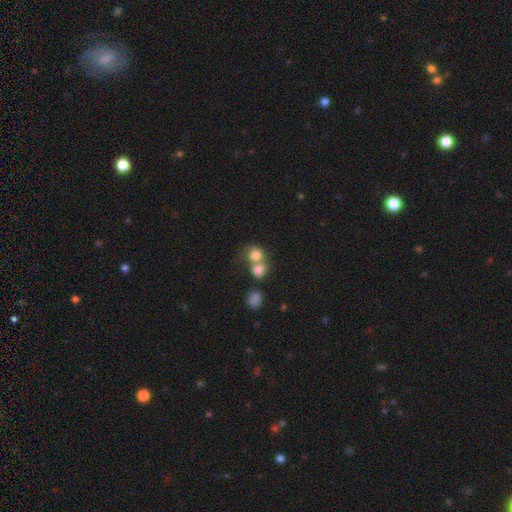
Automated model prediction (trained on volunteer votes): The model was most divided on "merging": merger: 63%, none: 26%, minor disturbance: 7%, major disturbance: 5%. More confident: smooth or featured — smooth (78%); how rounded — round (73%).